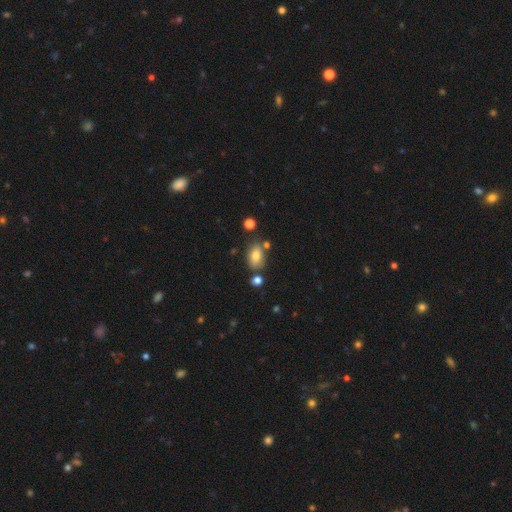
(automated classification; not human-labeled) A smooth galaxy with no disk features (77%) that is in between round and cigar-shaped (85%). Merging: none (69%).